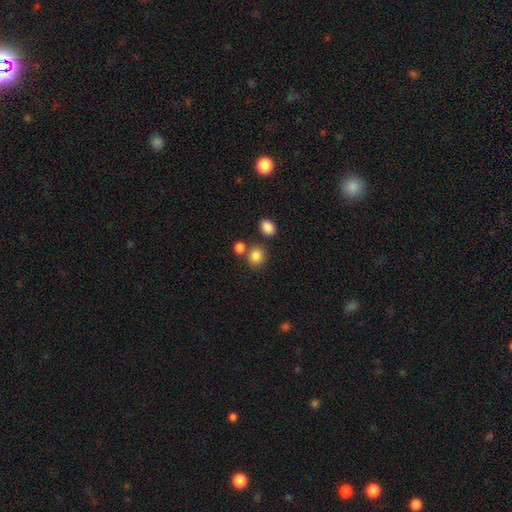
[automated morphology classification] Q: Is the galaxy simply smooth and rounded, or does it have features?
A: smooth — 85%.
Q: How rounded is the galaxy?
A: round — 74%.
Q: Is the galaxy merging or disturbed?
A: none — 69%.